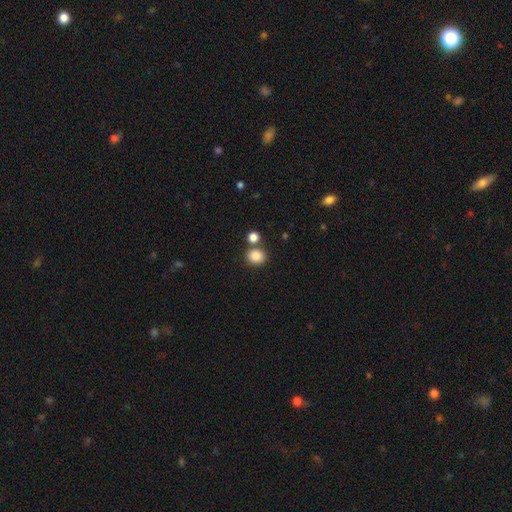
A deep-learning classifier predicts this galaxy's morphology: Smooth or featured? Predicted: smooth (p=0.86). How rounded? Predicted: round (p=0.73). Merging? Predicted: none (p=0.69).